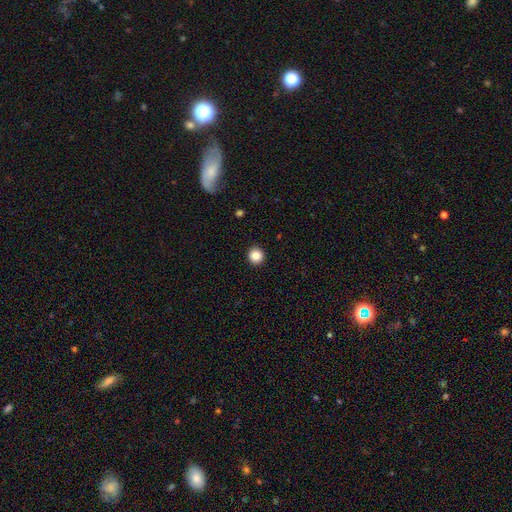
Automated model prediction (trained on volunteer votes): Overall: smooth (85%). How rounded: round (94%). Merging: none (94%).